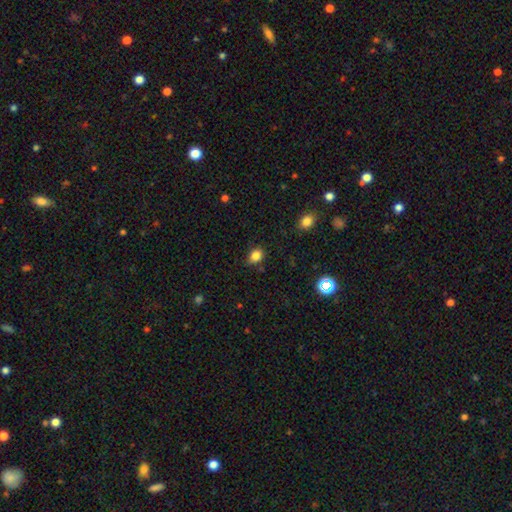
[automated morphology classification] type=smooth (83%); roundness=in between (55%); merging=none (75%).